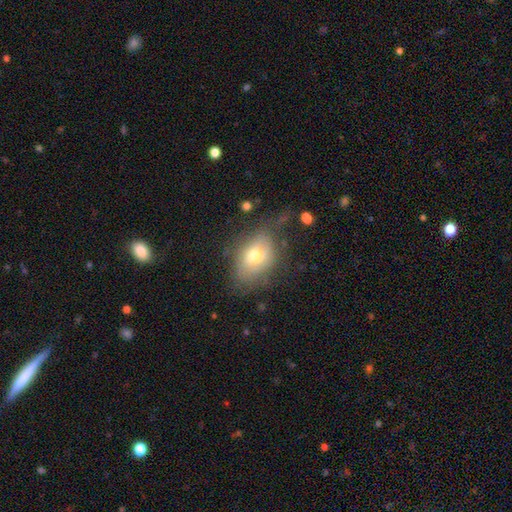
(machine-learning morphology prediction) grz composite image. It shows a smooth galaxy with no disk features (63%) that is in between round and cigar-shaped (73%). Merging: none (53%).